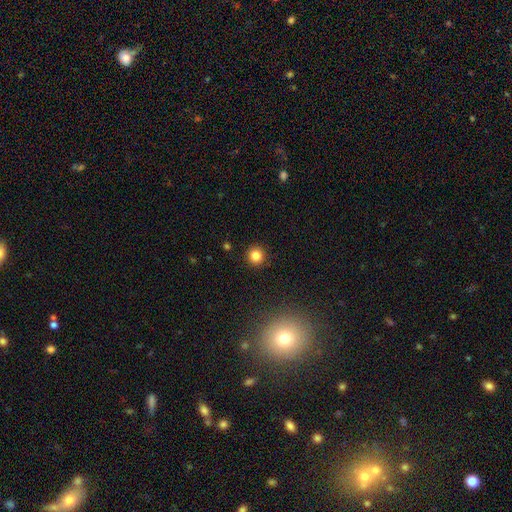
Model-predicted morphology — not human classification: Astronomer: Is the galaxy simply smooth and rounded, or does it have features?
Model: smooth — 83%.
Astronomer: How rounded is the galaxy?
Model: round — 94%.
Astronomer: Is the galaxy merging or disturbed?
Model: none — 92%.